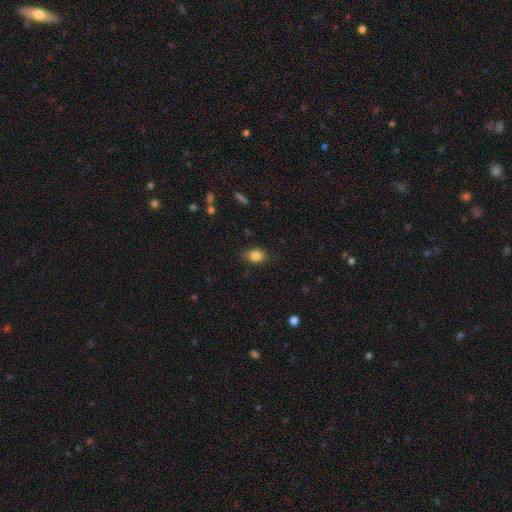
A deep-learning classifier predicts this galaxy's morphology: Smooth or featured: smooth — 84% (star or artifact — 10%)
How rounded: in between — 73% (round — 26%)
Merging: none — 82% (minor disturbance — 13%)